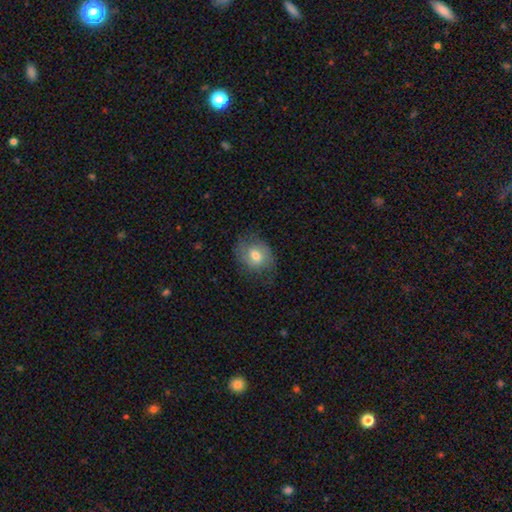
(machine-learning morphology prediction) This appears to be a smooth galaxy with no disk features (61%) that is round (55%). Merging: none (67%).